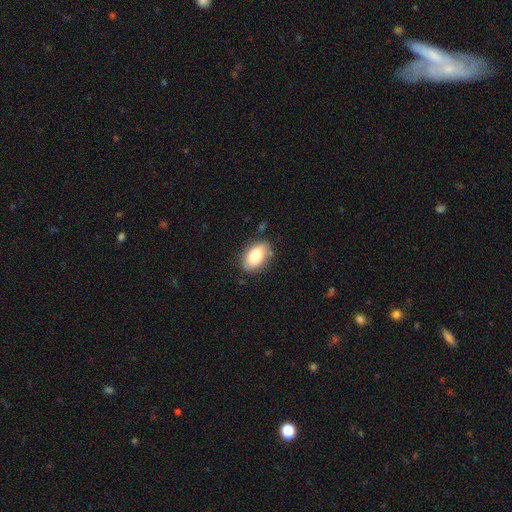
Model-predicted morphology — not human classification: Smooth or featured? Predicted: smooth (p=0.80). How rounded? Predicted: in between (p=0.92). Merging? Predicted: none (p=0.77).